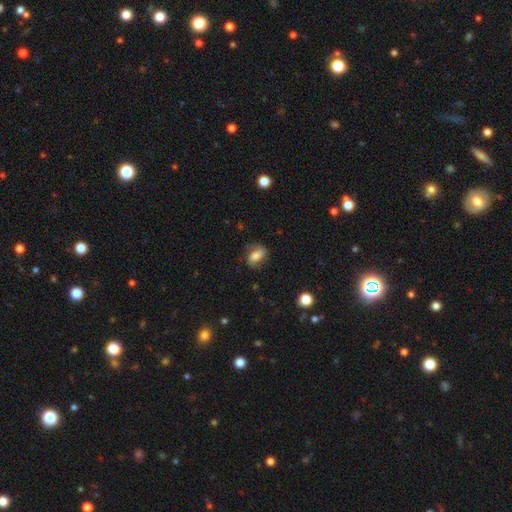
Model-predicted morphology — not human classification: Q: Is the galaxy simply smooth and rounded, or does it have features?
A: smooth — 56%.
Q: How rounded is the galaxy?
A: in between — 78%.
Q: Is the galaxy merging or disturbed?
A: none — 67%.